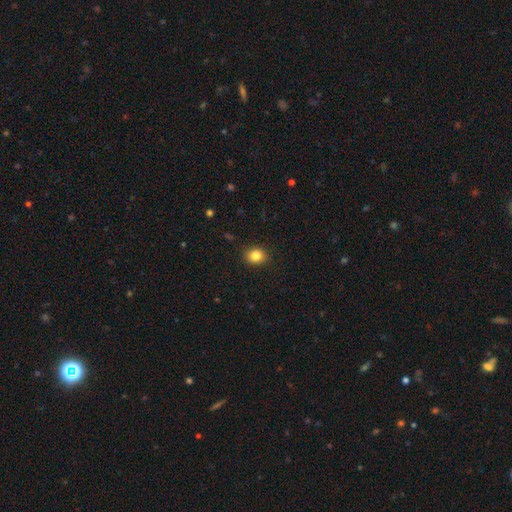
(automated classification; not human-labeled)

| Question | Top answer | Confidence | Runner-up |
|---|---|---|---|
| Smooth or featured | smooth | 84% | star or artifact (11%) |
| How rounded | round | 64% | in between (35%) |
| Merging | none | 89% | minor disturbance (8%) |